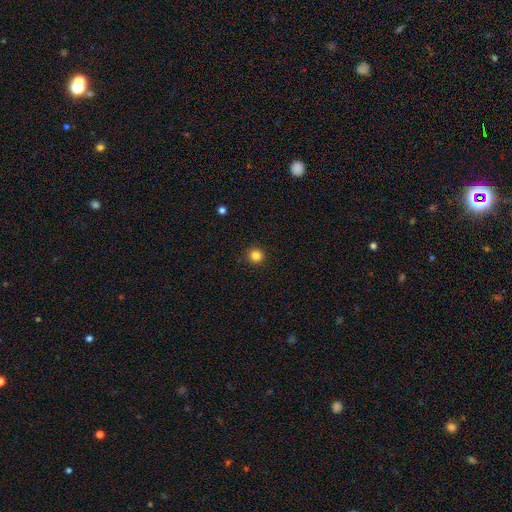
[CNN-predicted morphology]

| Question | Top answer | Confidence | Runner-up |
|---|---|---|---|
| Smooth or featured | smooth | 85% | star or artifact (12%) |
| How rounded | round | 94% | in between (5%) |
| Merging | none | 92% | minor disturbance (5%) |